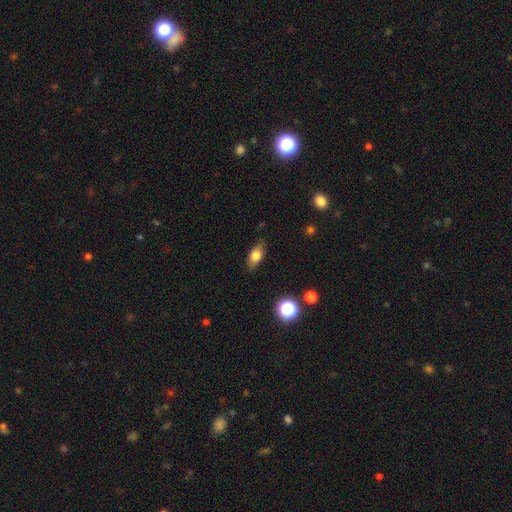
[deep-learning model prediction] Q: Smooth or featured?
A: smooth (75%); runner-up: featured or disk (16%)
Q: How rounded?
A: in between (82%); runner-up: cigar-shaped (10%)
Q: Merging?
A: none (84%); runner-up: minor disturbance (12%)